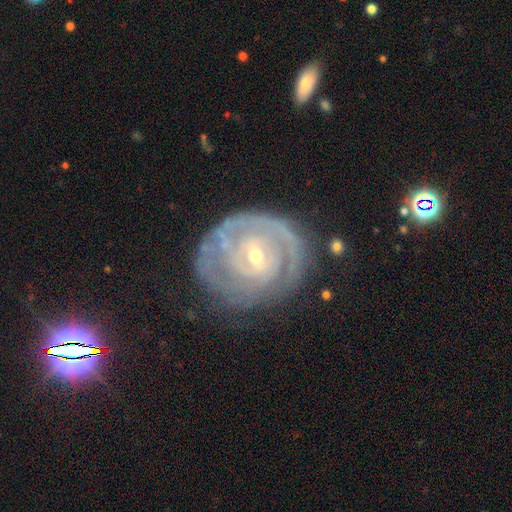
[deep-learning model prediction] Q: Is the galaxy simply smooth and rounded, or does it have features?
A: featured or disk — 84%.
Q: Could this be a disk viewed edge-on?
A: no — 97%.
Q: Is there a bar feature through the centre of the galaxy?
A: weak — 47%.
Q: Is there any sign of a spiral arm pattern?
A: yes — 89%.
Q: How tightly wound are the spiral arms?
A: tight — 72%.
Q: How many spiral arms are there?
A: can't tell — 34%.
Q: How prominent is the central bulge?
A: small — 60%.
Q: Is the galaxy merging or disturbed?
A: none — 67%.